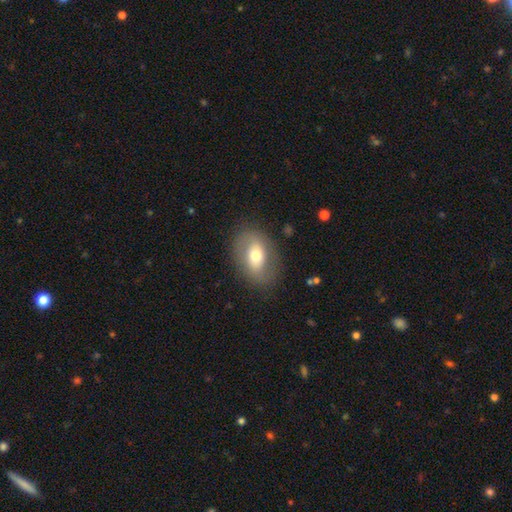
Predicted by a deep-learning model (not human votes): smooth_or_featured: smooth (p=0.54) [alt: featured or disk p=0.39]
how_rounded: in between (p=0.80) [alt: round p=0.18]
merging: none (p=0.79) [alt: minor disturbance p=0.13]